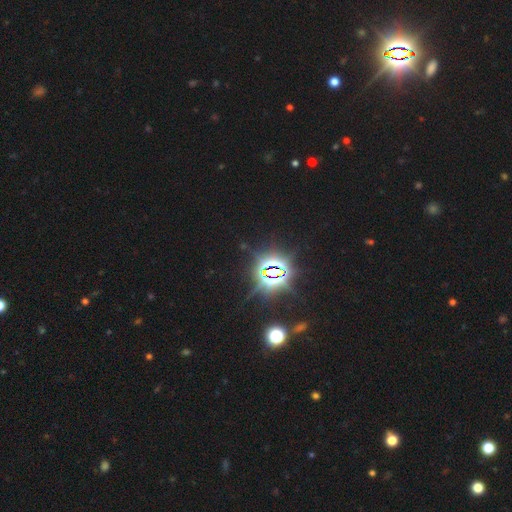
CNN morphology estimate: Overall: star or artifact (82%).